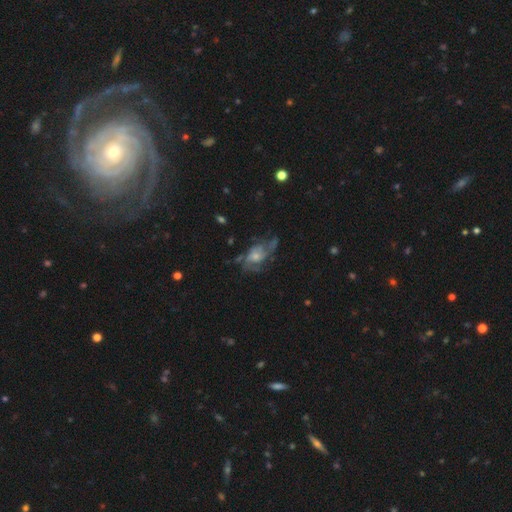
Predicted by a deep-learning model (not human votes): smooth_or_featured: featured or disk (p=0.68) [alt: smooth p=0.23]
disk_edge_on: no (p=0.95) [alt: yes p=0.05]
bar: no (p=0.75) [alt: weak p=0.21]
has_spiral_arms: yes (p=0.73) [alt: no p=0.27]
bulge_size: small (p=0.45) [alt: moderate p=0.40]
merging: none (p=0.40) [alt: major disturbance p=0.33]